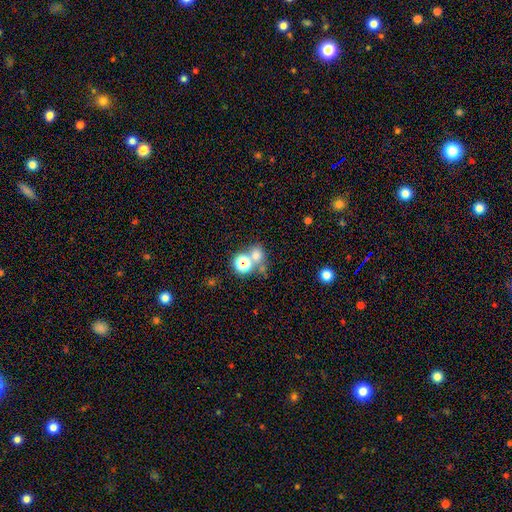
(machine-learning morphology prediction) The model was most divided on "merging": none: 52%, merger: 35%, minor disturbance: 8%, major disturbance: 5%. More confident: how rounded — round (77%); smooth or featured — smooth (66%).